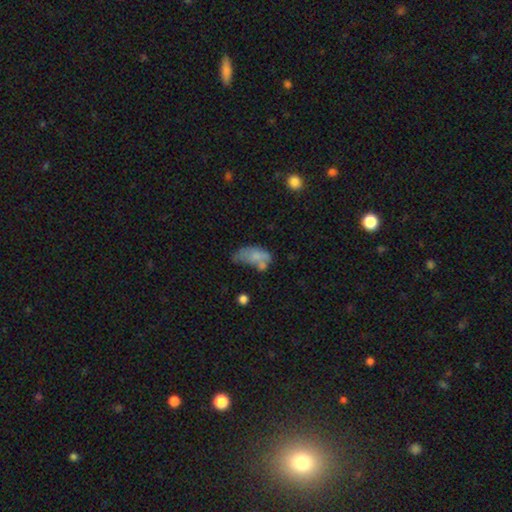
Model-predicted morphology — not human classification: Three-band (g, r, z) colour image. It shows a smooth galaxy with no disk features (67%) that is in between round and cigar-shaped (90%). Merging: minor disturbance (29%).